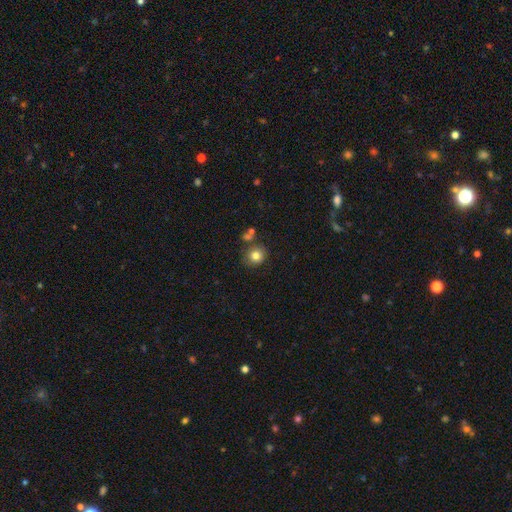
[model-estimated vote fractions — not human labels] This is clearly a smooth galaxy (81%). How rounded: clearly round (84%). Merging: likely none (74%).